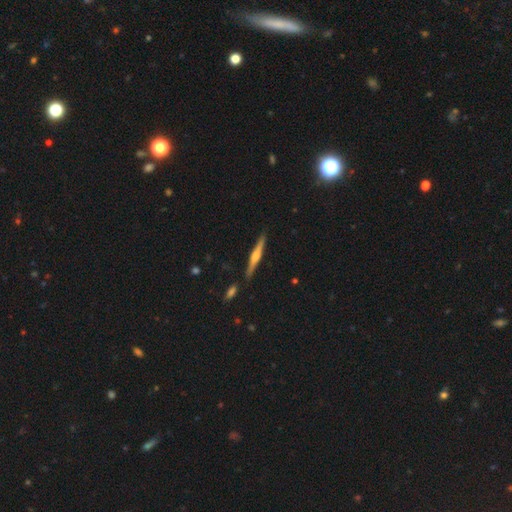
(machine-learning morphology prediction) This appears to be a featured or disk galaxy (65%) viewed edge-on (98%) with a rounded central bulge (79%). Merging: none (87%).